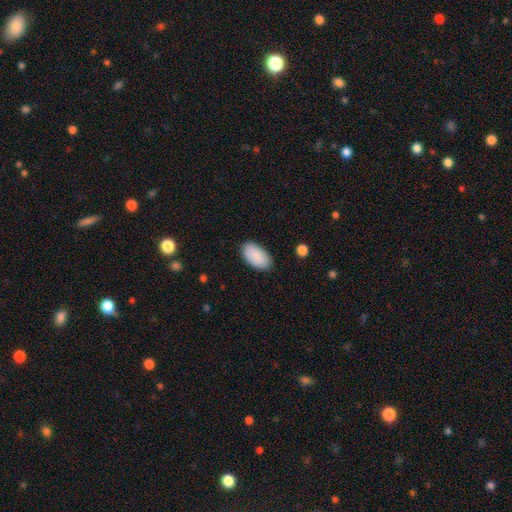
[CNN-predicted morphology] Smooth or featured?
  - smooth: 90% *
  - star or artifact: 6%
  - featured or disk: 4%
How rounded?
  - in between: 96% *
  - round: 2%
  - cigar-shaped: 2%
Merging?
  - none: 86% *
  - minor disturbance: 11%
  - major disturbance: 2%
  - merger: 1%